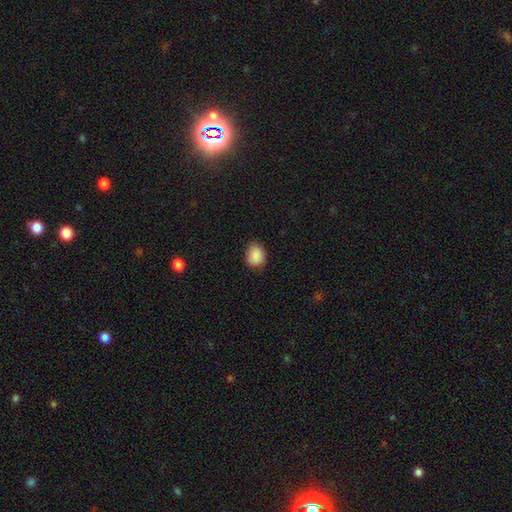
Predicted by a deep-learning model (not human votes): smooth_or_featured: smooth (p=0.89) [alt: star or artifact p=0.08]
how_rounded: round (p=0.56) [alt: in between p=0.43]
merging: none (p=0.80) [alt: minor disturbance p=0.16]